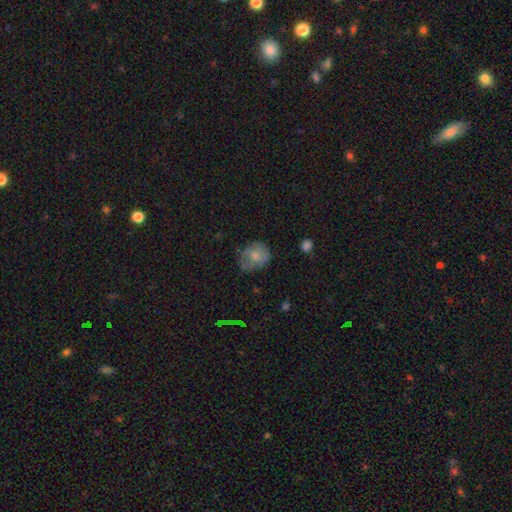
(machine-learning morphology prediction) A smooth galaxy with no disk features (68%) that is round (62%). Merging: none (51%).